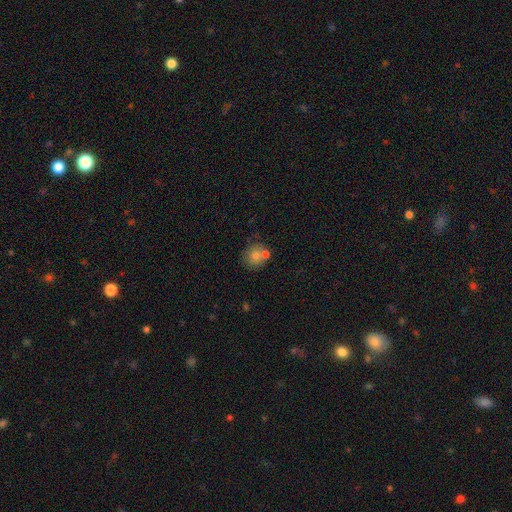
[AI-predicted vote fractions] smooth 76%, featured or disk 15%, star or artifact 10%. Down the decision tree: how rounded — round (83%); merging — none (59%).